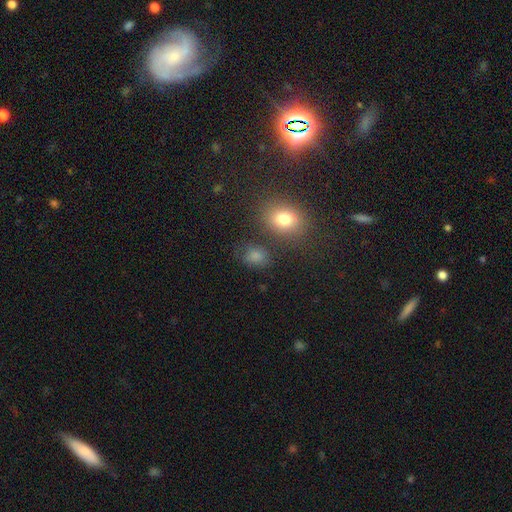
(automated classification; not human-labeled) This is likely a smooth galaxy (77%). How rounded: possibly in between (58%). Merging: likely none (70%).